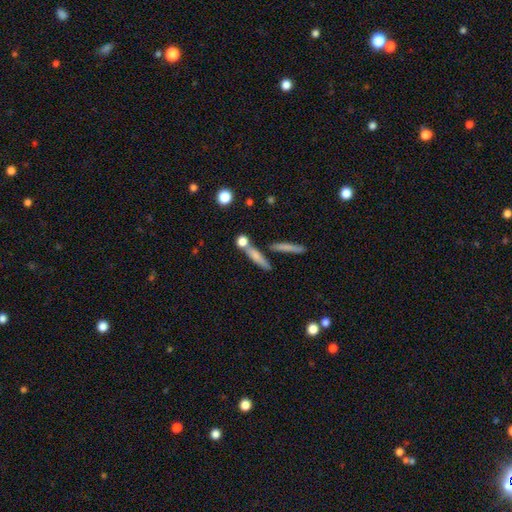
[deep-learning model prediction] smooth_or_featured: smooth (p=0.65) [alt: featured or disk p=0.25]
how_rounded: cigar-shaped (p=0.71) [alt: in between p=0.16]
merging: none (p=0.62) [alt: merger p=0.23]